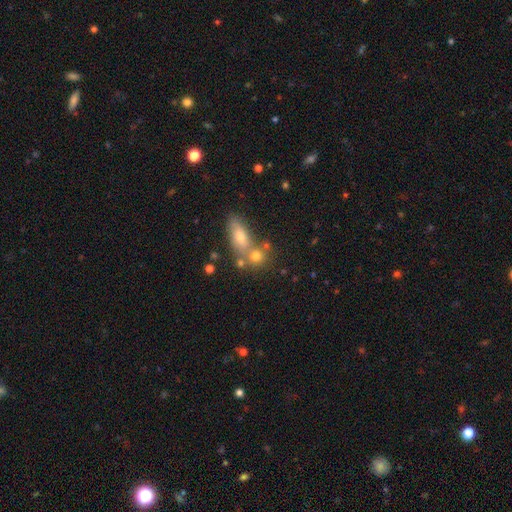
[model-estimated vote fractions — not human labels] smooth 72%, featured or disk 15%, star or artifact 13%. Down the decision tree: how rounded — round (62%); merging — none (49%).